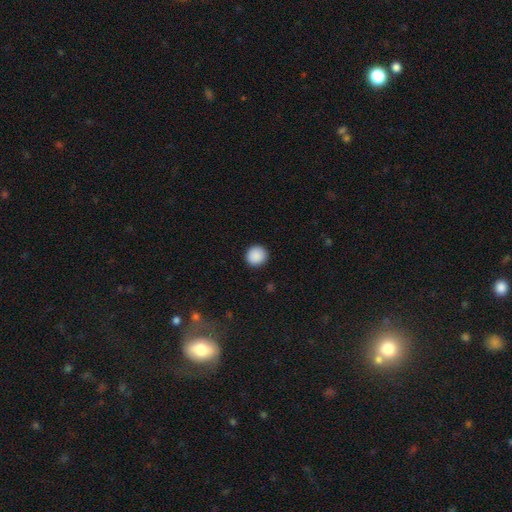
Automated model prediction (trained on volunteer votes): Overall: smooth (90%). How rounded: round (91%). Merging: none (92%).